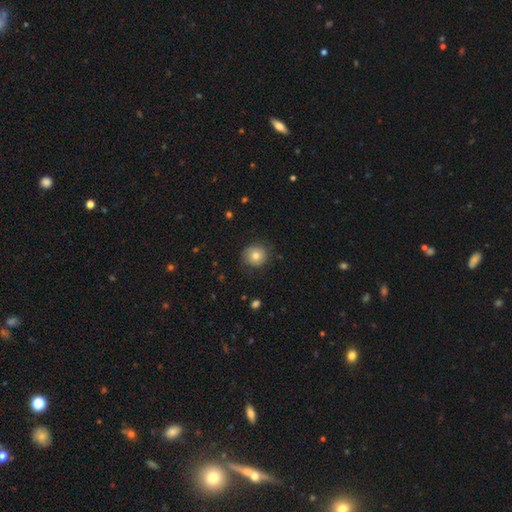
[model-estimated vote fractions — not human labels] A smooth galaxy with no disk features (76%) that is round (87%). Merging: none (80%).